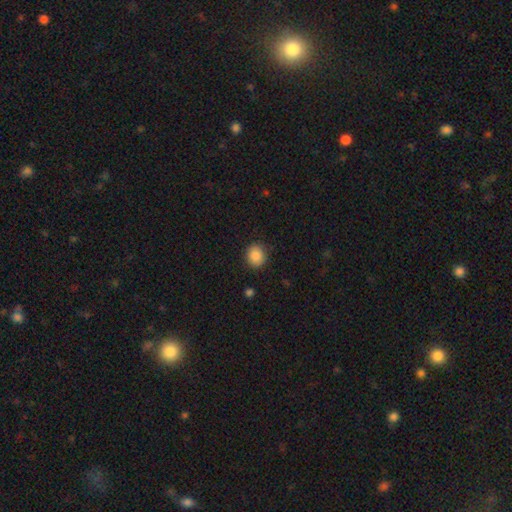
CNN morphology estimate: smooth 88%, star or artifact 9%, featured or disk 3%. Down the decision tree: how rounded — round (76%); merging — none (87%).